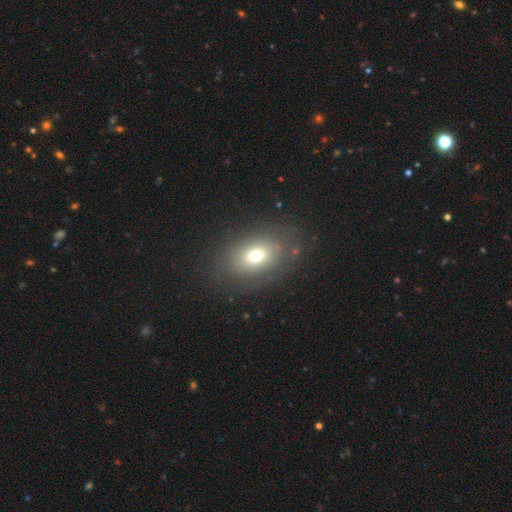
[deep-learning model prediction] This appears to be a smooth galaxy with no disk features (70%) that is in between round and cigar-shaped (79%). Merging: none (80%).